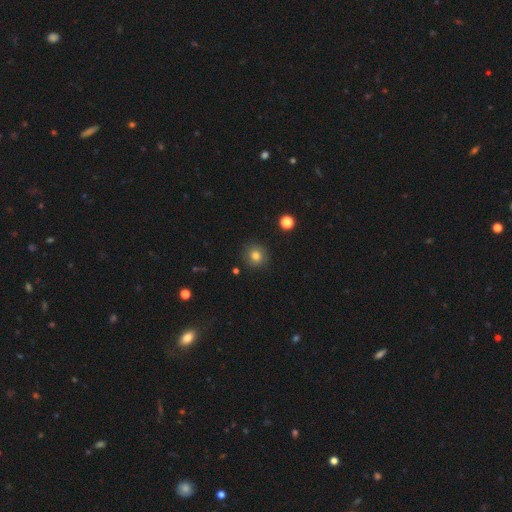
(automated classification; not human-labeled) This is clearly a smooth galaxy (81%). How rounded: clearly round (90%). Merging: clearly none (87%).